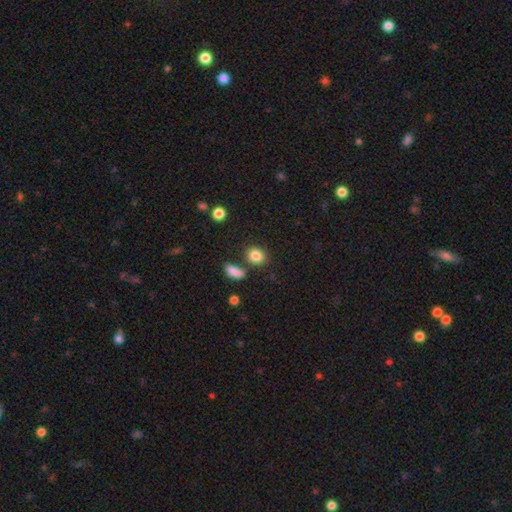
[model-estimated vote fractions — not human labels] smooth-or-featured: smooth: 84% | star or artifact: 10% | featured or disk: 6%
  how-rounded: round: 63% | in between: 35% | cigar-shaped: 2%
  merging: none: 73% | minor disturbance: 12% | merger: 11% | major disturbance: 4%